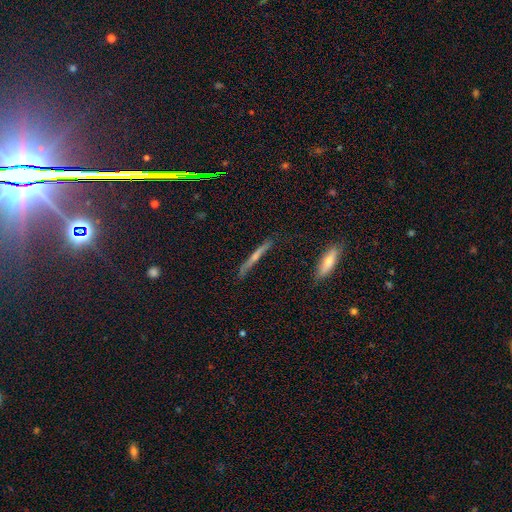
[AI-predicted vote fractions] smooth-or-featured: featured or disk: 52% | smooth: 35% | star or artifact: 13%
  disk-edge-on: yes: 94% | no: 6%
  merging: none: 82% | minor disturbance: 13% | major disturbance: 3% | merger: 2%